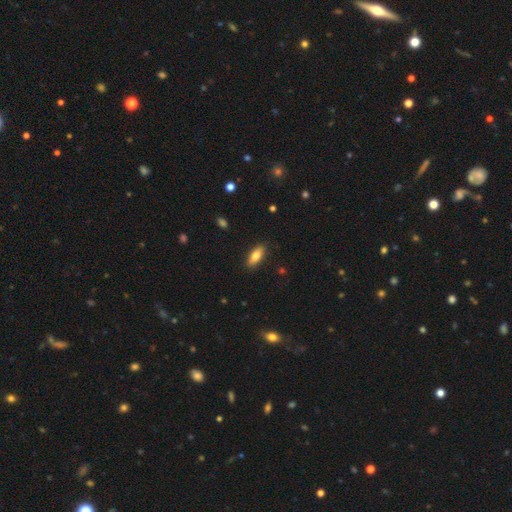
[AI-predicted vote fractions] Smooth or featured?
  - smooth: 79% *
  - featured or disk: 15%
  - star or artifact: 7%
How rounded?
  - in between: 77% *
  - cigar-shaped: 21%
  - round: 2%
Merging?
  - none: 87% *
  - minor disturbance: 10%
  - major disturbance: 2%
  - merger: 1%